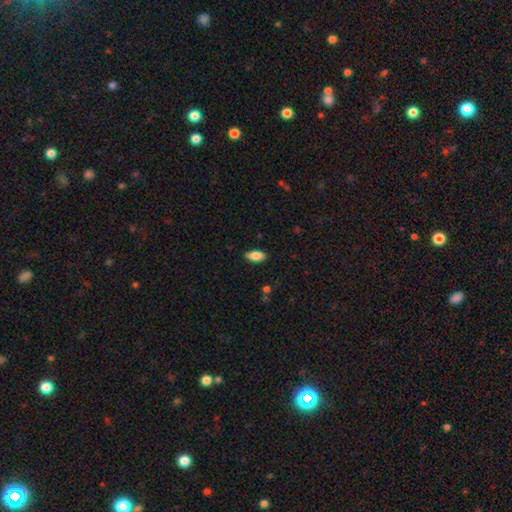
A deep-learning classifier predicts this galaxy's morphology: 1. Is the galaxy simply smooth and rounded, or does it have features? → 83% smooth, 10% featured or disk, 7% star or artifact.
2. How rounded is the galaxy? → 89% in between, 9% cigar-shaped, 3% round.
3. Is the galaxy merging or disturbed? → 87% none, 10% minor disturbance, 2% major disturbance, 1% merger.